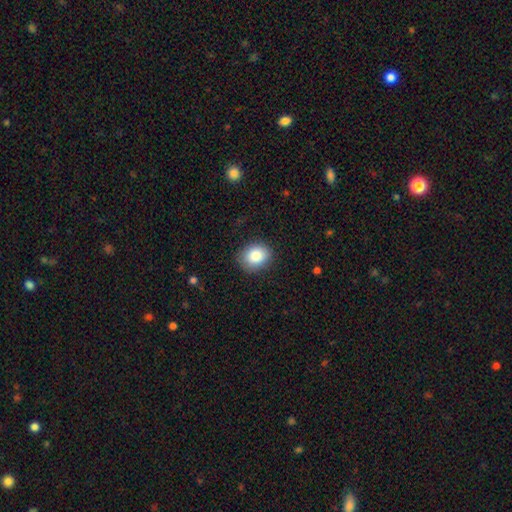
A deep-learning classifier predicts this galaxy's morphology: Overall: smooth (85%). How rounded: round (51%; in between 48%). Merging: none (84%).